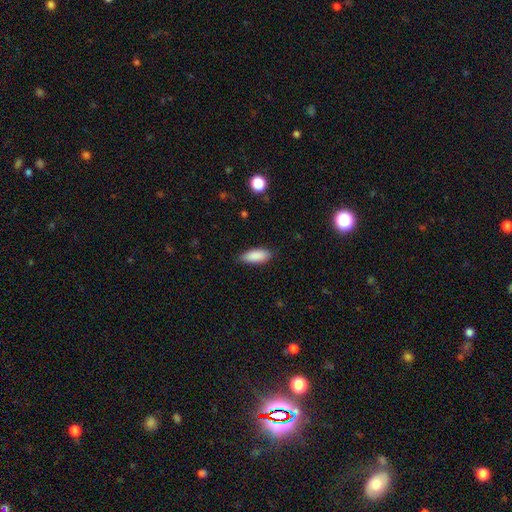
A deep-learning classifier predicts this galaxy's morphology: Smooth or featured: smooth — 89% (star or artifact — 6%)
How rounded: in between — 76% (cigar-shaped — 22%)
Merging: none — 82% (minor disturbance — 14%)